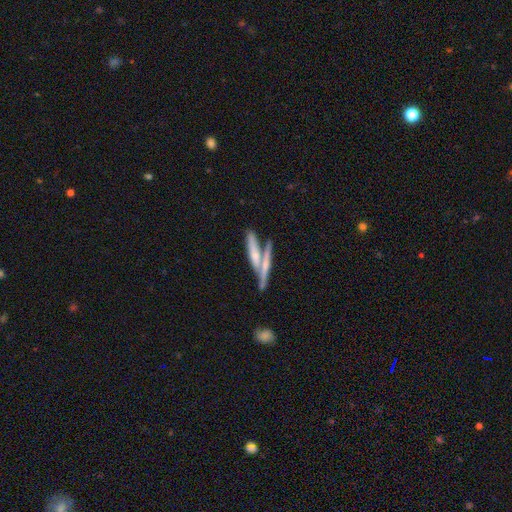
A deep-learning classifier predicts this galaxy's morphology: This is possibly a featured or disk galaxy (49%). Merging: possibly none (46%).